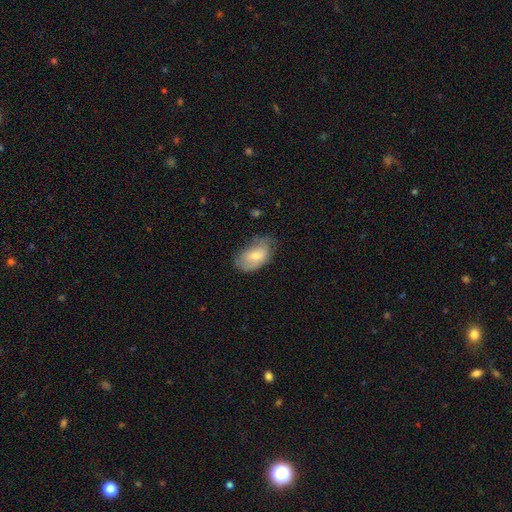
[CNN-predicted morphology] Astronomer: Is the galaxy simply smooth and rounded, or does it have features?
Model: smooth — 62%.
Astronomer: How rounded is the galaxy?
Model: in between — 91%.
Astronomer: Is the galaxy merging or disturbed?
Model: none — 52% (runner-up: minor disturbance, 35%).